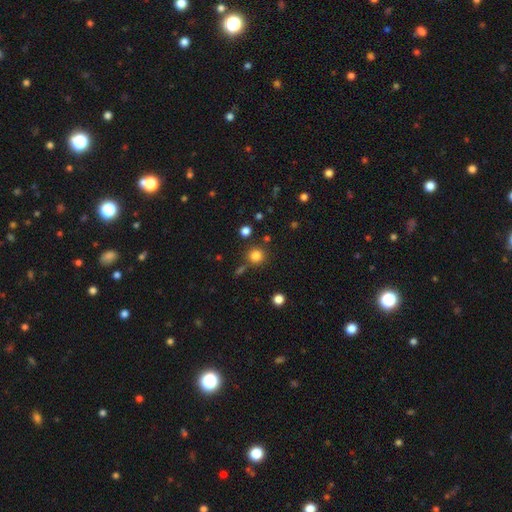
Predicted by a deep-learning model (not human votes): Smooth or featured: smooth — 82% (star or artifact — 13%)
How rounded: round — 92% (in between — 7%)
Merging: none — 80% (minor disturbance — 9%)